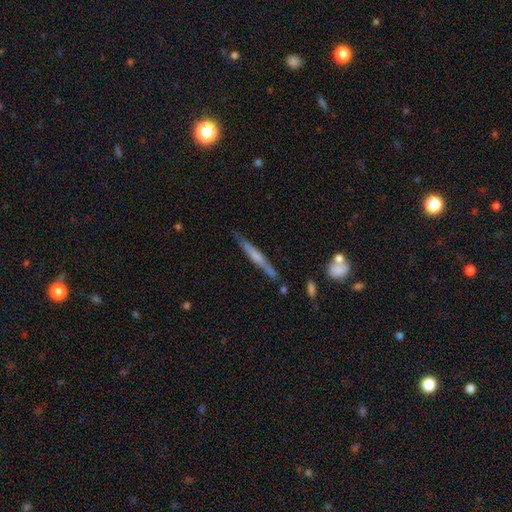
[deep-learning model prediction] Smooth or featured? featured or disk (51%)
Edge-on disk? yes (96%)
Merging? none (81%)